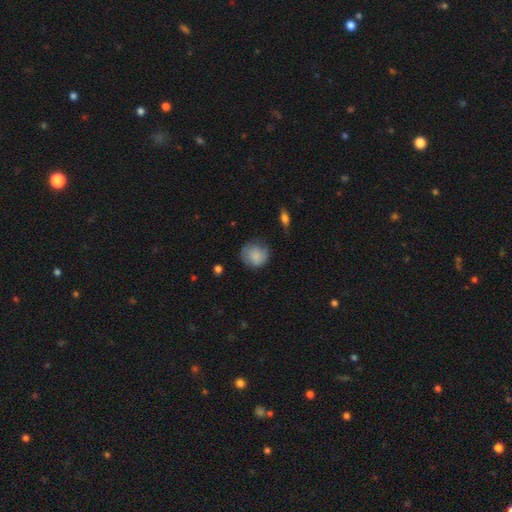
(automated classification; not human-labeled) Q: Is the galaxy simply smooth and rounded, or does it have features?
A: smooth — 79%.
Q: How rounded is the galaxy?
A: round — 85%.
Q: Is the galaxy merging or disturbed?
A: none — 68%.